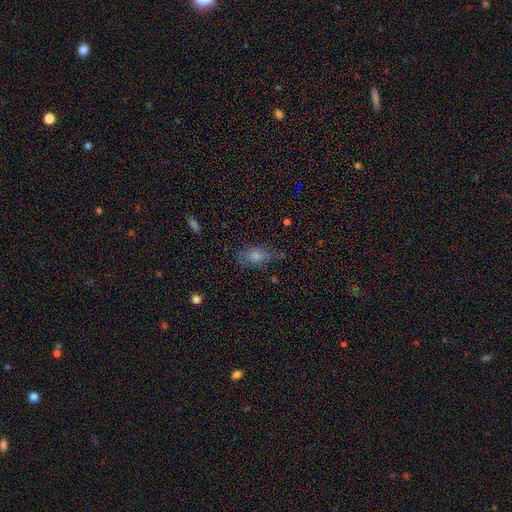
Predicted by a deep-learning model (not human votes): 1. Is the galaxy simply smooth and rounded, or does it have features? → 48% smooth, 27% featured or disk, 25% star or artifact.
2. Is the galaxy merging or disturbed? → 67% none, 22% minor disturbance, 9% major disturbance, 2% merger.